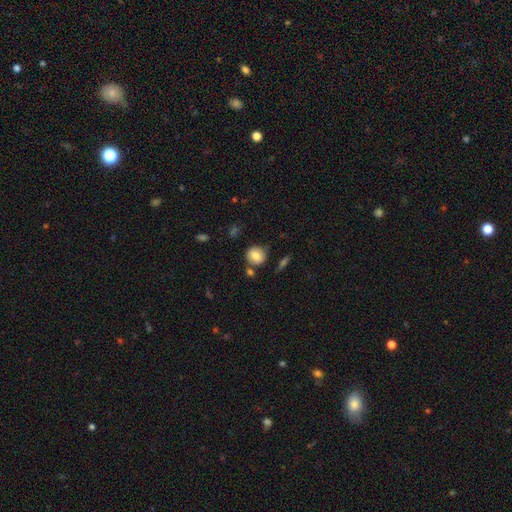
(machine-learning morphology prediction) Smooth or featured? Predicted: smooth (p=0.80). How rounded? Predicted: round (p=0.76). Merging? Predicted: none (p=0.72).